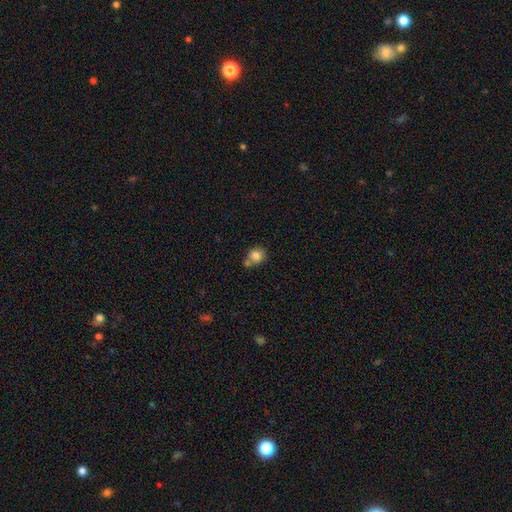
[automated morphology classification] Smooth or featured?
  - smooth: 83% *
  - star or artifact: 9%
  - featured or disk: 8%
How rounded?
  - round: 81% *
  - in between: 18%
  - cigar-shaped: 1%
Merging?
  - none: 50% *
  - merger: 33%
  - minor disturbance: 13%
  - major disturbance: 4%